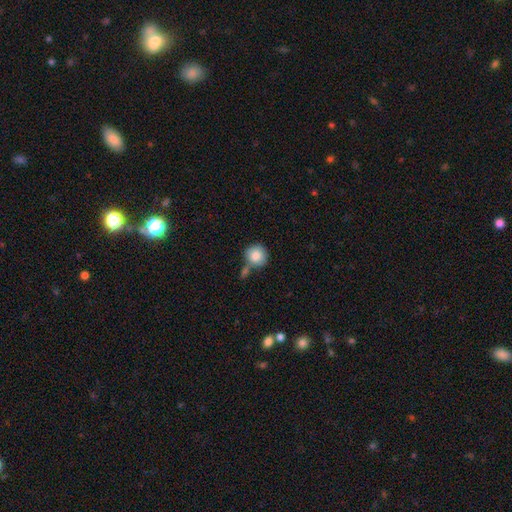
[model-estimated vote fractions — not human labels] Q: Smooth or featured?
A: smooth (85%); runner-up: star or artifact (8%)
Q: How rounded?
A: round (90%); runner-up: in between (9%)
Q: Merging?
A: none (59%); runner-up: merger (23%)